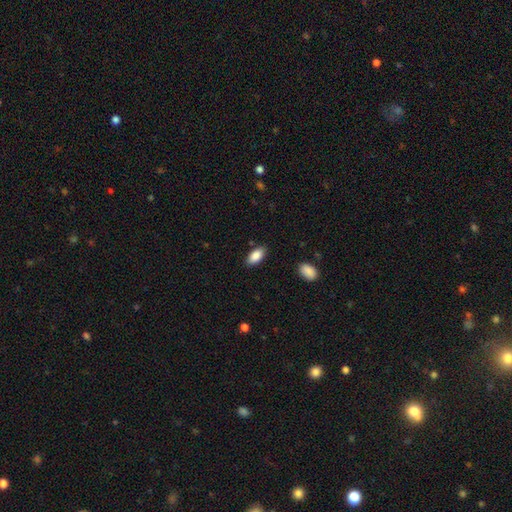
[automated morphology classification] Overall: smooth (87%). How rounded: in between (92%). Merging: none (85%).